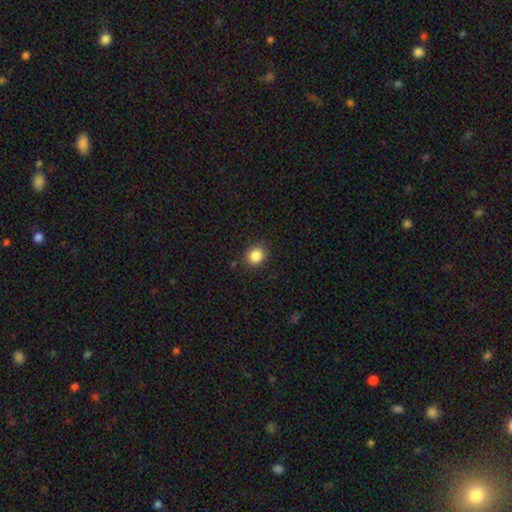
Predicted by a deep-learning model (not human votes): smooth 86%, star or artifact 10%, featured or disk 4%. Down the decision tree: how rounded — round (73%); merging — none (87%).